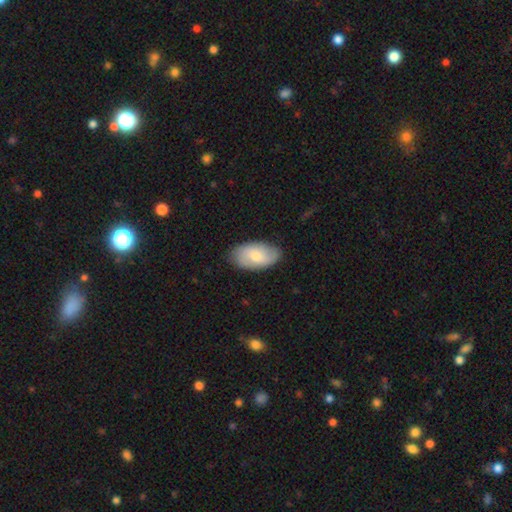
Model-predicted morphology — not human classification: smooth-or-featured: smooth: 61% | featured or disk: 33% | star or artifact: 6%
  how-rounded: in between: 94% | round: 4% | cigar-shaped: 2%
  merging: none: 81% | minor disturbance: 15% | major disturbance: 3% | merger: 1%